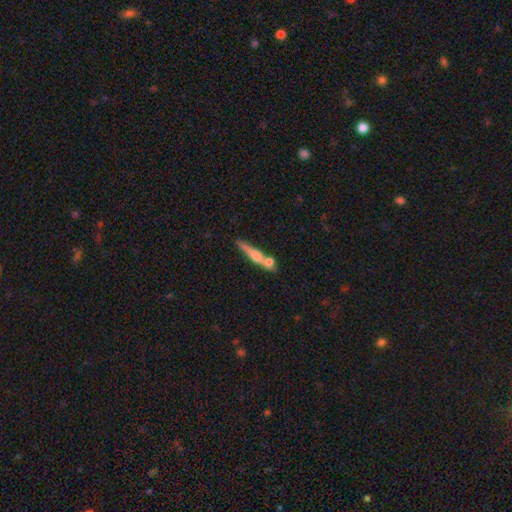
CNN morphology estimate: A smooth galaxy with no disk features (49%). Merging: none (44%).